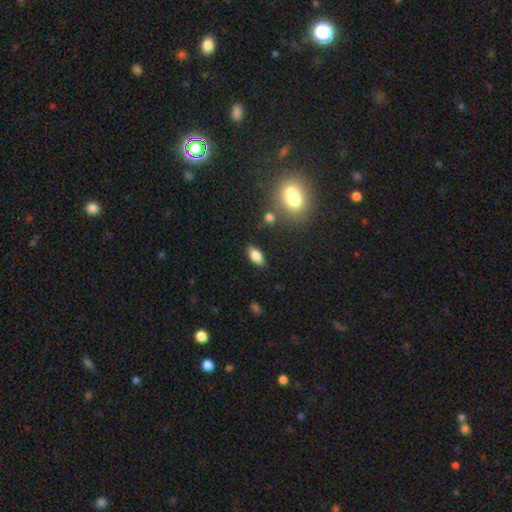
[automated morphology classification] This appears to be a smooth galaxy with no disk features (83%) that is in between round and cigar-shaped (90%). Merging: none (86%).